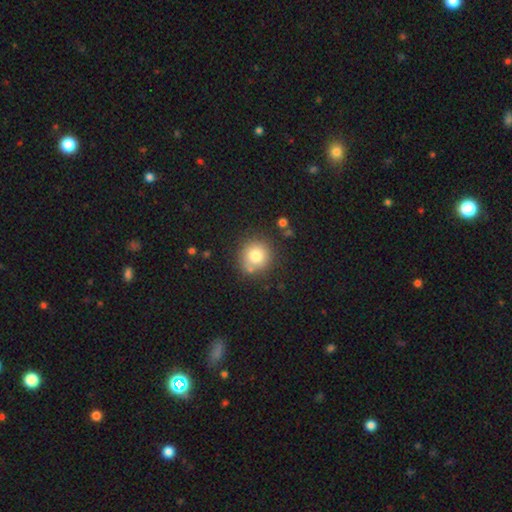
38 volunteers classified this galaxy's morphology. This appears to be a smooth galaxy with no disk features (92%) that is round (97%). Merging: none (65%).